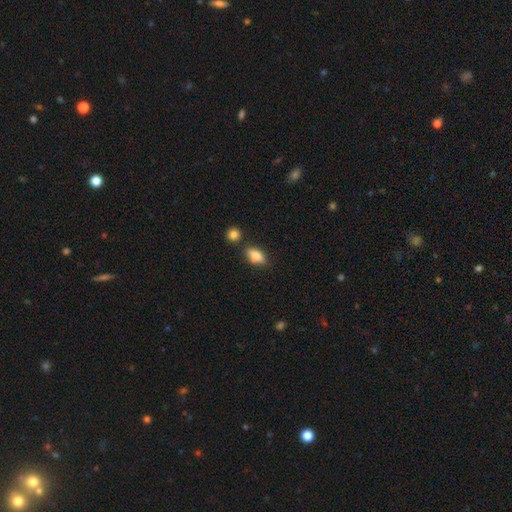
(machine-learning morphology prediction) Smooth or featured?
  - smooth: 75% *
  - featured or disk: 16%
  - star or artifact: 9%
How rounded?
  - in between: 82% *
  - cigar-shaped: 10%
  - round: 8%
Merging?
  - none: 67% *
  - minor disturbance: 18%
  - merger: 11%
  - major disturbance: 4%